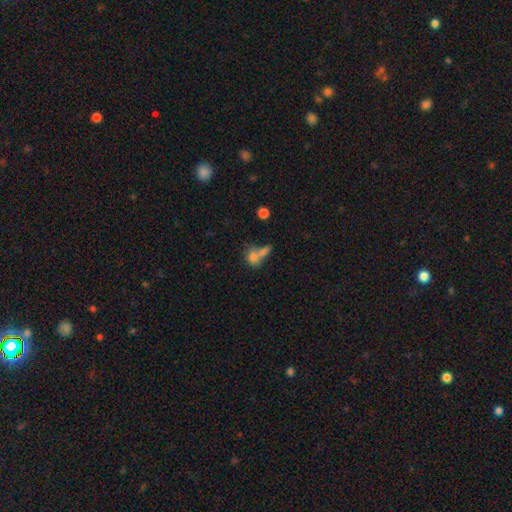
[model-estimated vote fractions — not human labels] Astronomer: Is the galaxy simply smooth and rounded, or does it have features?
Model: smooth — 75%.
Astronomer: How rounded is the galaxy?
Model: in between — 52% (runner-up: round, 43%).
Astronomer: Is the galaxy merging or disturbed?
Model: merger — 50% (runner-up: none, 33%).